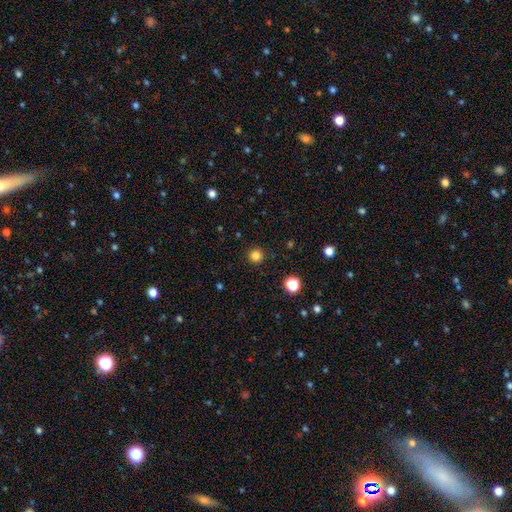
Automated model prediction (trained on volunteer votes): Smooth or featured?
  - smooth: 83% *
  - star or artifact: 14%
  - featured or disk: 4%
How rounded?
  - round: 95% *
  - in between: 4%
  - cigar-shaped: 1%
Merging?
  - none: 91% *
  - minor disturbance: 5%
  - major disturbance: 2%
  - merger: 1%